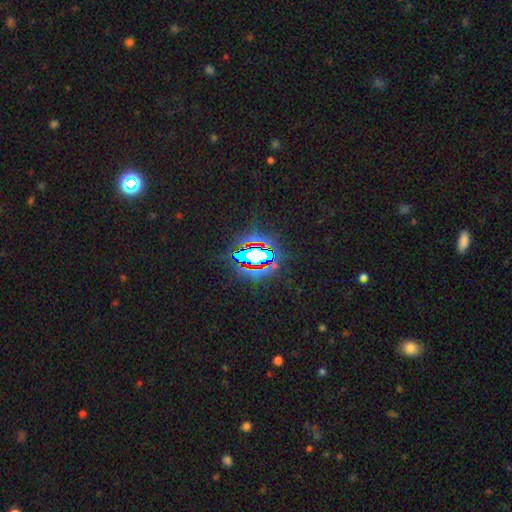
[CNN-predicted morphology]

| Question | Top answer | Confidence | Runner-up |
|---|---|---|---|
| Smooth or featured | star or artifact | 67% | smooth (18%) |